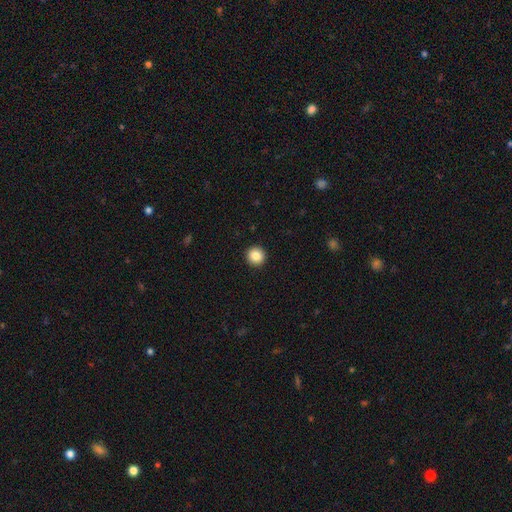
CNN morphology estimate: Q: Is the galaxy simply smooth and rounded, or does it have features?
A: smooth — 85%.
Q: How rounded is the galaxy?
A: round — 96%.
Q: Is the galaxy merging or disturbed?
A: none — 94%.